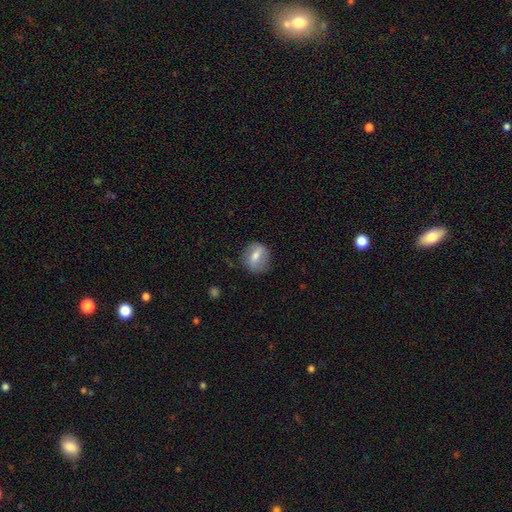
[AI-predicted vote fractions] Smooth or featured? Predicted: smooth (p=0.59). How rounded? Predicted: round (p=0.62). Merging? Predicted: none (p=0.77).